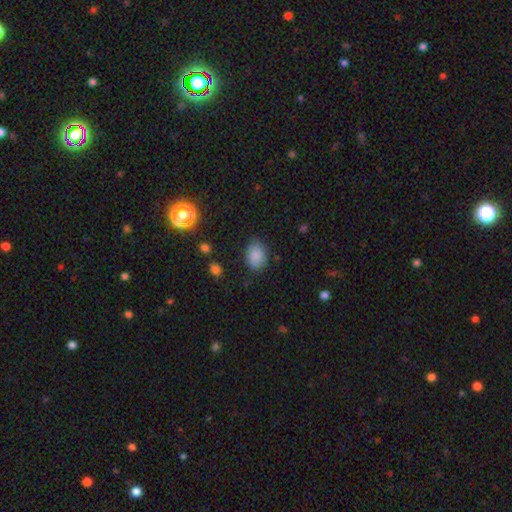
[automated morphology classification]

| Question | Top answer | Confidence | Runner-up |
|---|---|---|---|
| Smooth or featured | smooth | 85% | star or artifact (9%) |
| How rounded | in between | 70% | round (29%) |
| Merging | none | 77% | minor disturbance (17%) |